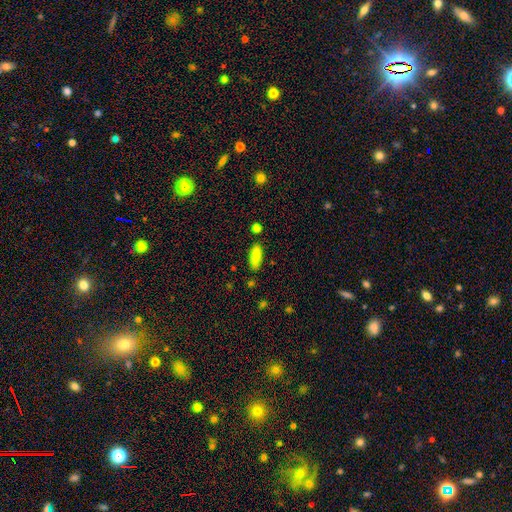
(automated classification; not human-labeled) smooth 87%, star or artifact 8%, featured or disk 5%. Down the decision tree: how rounded — in between (72%); merging — none (81%).